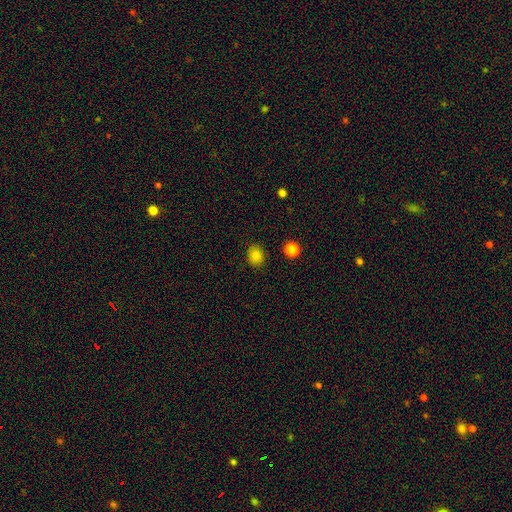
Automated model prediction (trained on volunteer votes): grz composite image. It shows a smooth galaxy with no disk features (84%) that is round (64%). Merging: none (88%).